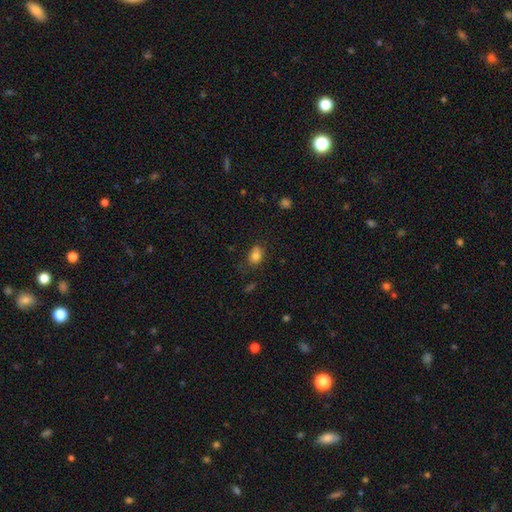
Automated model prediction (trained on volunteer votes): Smooth or featured?
  - smooth: 81% *
  - star or artifact: 10%
  - featured or disk: 9%
How rounded?
  - in between: 67% *
  - round: 31%
  - cigar-shaped: 1%
Merging?
  - none: 68% *
  - minor disturbance: 22%
  - major disturbance: 5%
  - merger: 5%